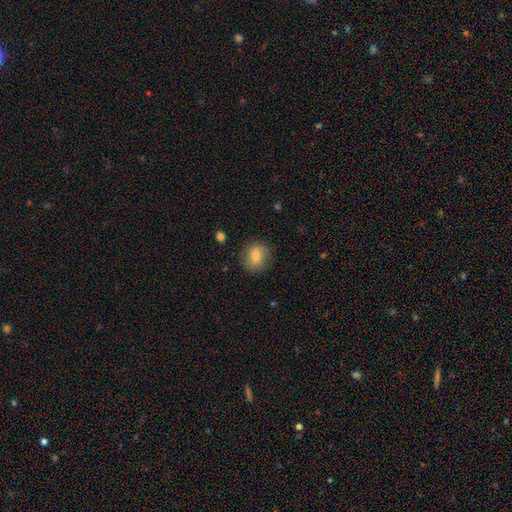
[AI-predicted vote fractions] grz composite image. It shows a smooth galaxy with no disk features (76%) that is round (71%). Merging: none (82%).